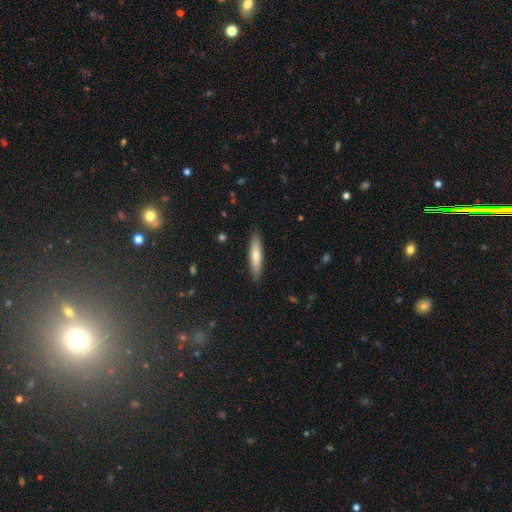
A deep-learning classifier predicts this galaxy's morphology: type=smooth (72%); roundness=cigar-shaped (83%); merging=none (89%).